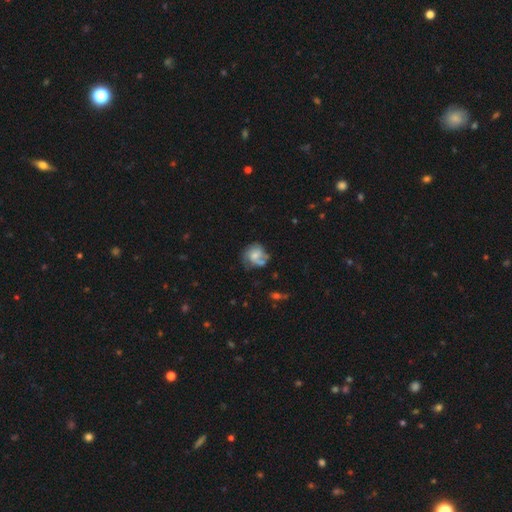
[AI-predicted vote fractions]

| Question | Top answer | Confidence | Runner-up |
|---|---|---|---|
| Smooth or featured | featured or disk | 58% | smooth (34%) |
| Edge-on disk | no | 98% | yes (2%) |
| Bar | no | 64% | weak (31%) |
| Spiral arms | yes | 80% | no (20%) |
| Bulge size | moderate | 40% | small (39%) |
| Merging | none | 52% | minor disturbance (25%) |